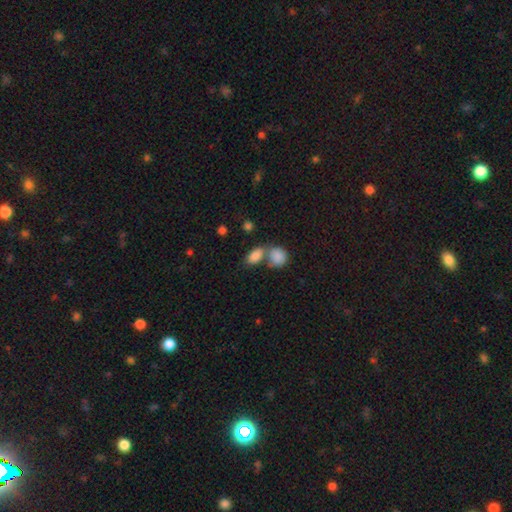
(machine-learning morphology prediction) smooth_or_featured: smooth (p=0.86) [alt: star or artifact p=0.08]
how_rounded: in between (p=0.86) [alt: round p=0.11]
merging: merger (p=0.44) [alt: none p=0.41]